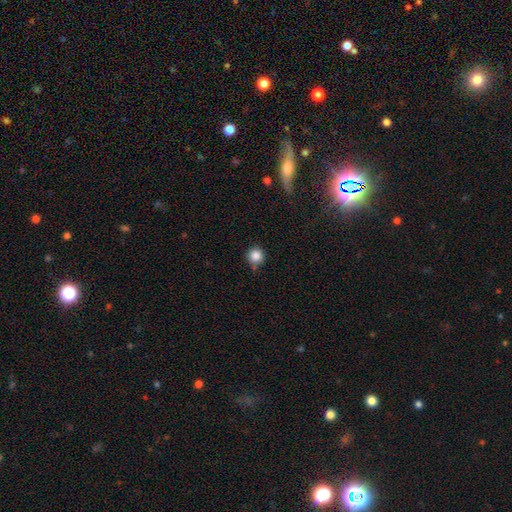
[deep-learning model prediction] A smooth galaxy with no disk features (86%) that is round (95%).

Vote fractions:
- Smooth or featured? smooth: 86% / star or artifact: 10% / featured or disk: 4%
- How rounded? round: 95% / in between: 4% / cigar-shaped: 1%
- Merging? none: 80% / minor disturbance: 12% / merger: 4% / major disturbance: 3%